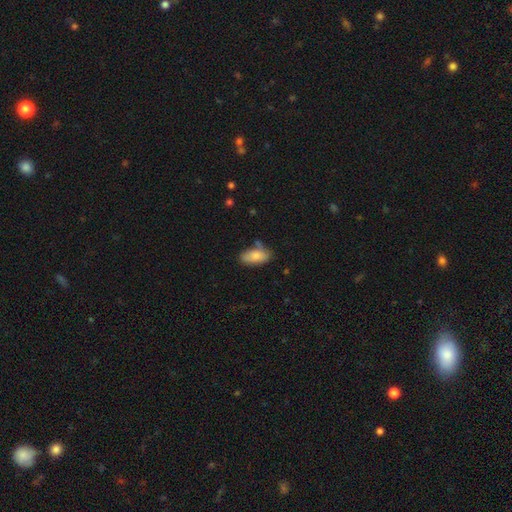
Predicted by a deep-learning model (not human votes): Smooth or featured? Predicted: smooth (p=0.81). How rounded? Predicted: in between (p=0.90). Merging? Predicted: none (p=0.64).